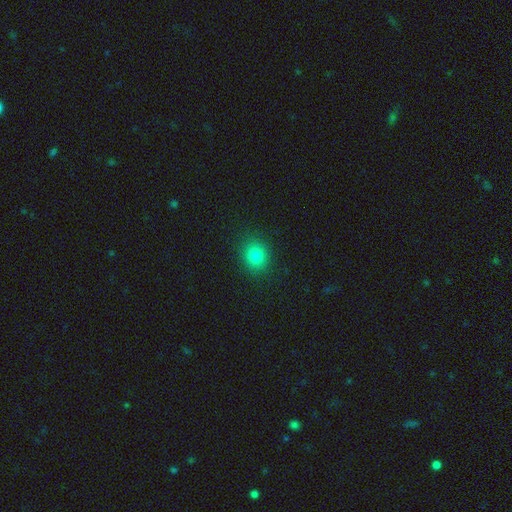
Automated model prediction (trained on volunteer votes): This is clearly a smooth galaxy (81%). How rounded: likely round (77%). Merging: clearly none (89%).